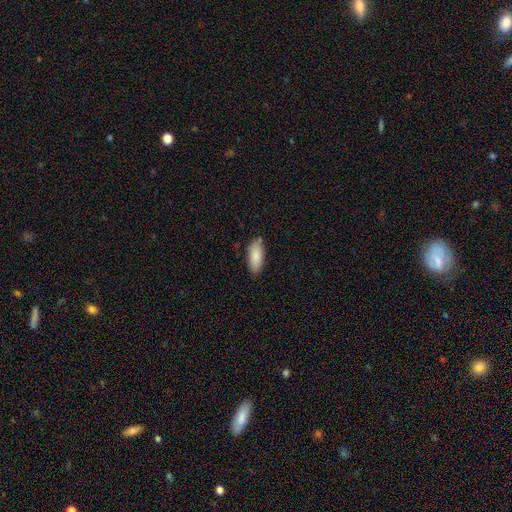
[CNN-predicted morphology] A smooth galaxy with no disk features (87%) that is in between round and cigar-shaped (80%). Merging: none (81%).